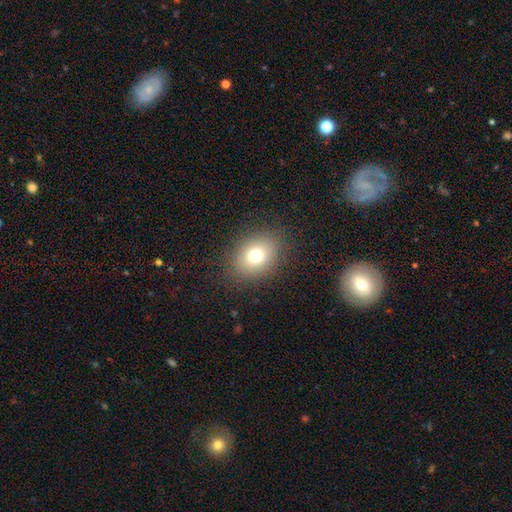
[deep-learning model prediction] Smooth or featured? Predicted: smooth (p=0.73). How rounded? Predicted: in between (p=0.54). Merging? Predicted: none (p=0.85).